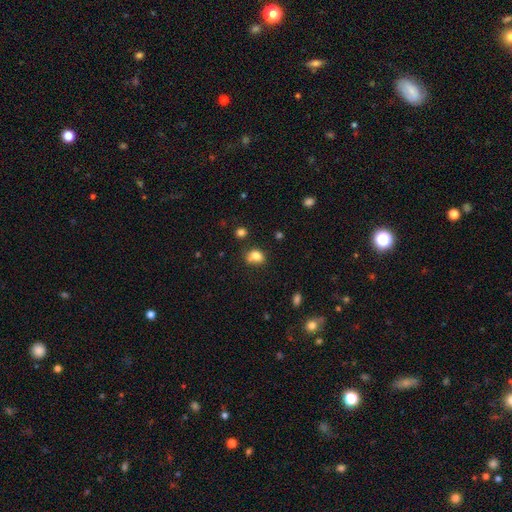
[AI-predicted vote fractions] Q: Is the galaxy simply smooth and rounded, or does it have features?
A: smooth — 80%.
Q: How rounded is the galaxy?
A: in between — 55%.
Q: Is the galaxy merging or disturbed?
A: none — 56%.